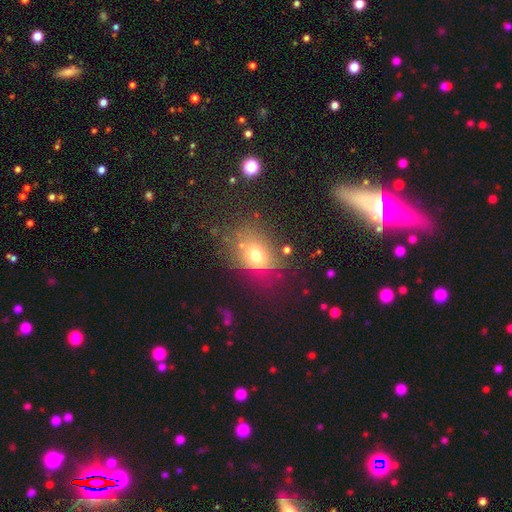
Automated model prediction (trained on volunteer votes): Smooth or featured: smooth — 66% (star or artifact — 18%)
How rounded: in between — 52% (round — 47%)
Merging: none — 61% (minor disturbance — 19%)